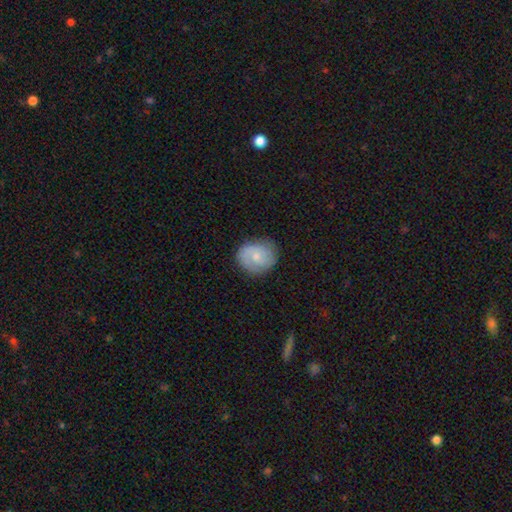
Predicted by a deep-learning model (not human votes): smooth 55%, featured or disk 38%, star or artifact 7%. Down the decision tree: how rounded — round (66%); merging — none (75%).